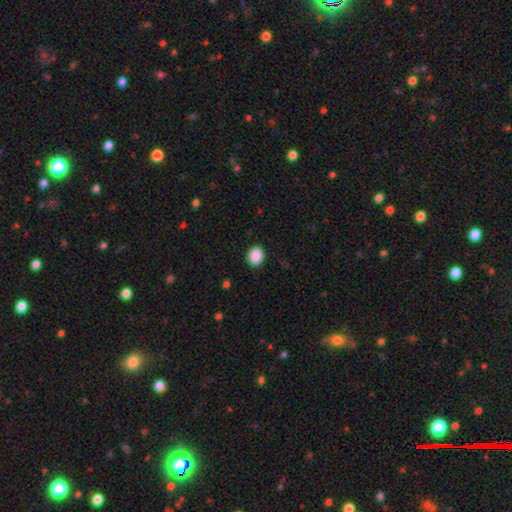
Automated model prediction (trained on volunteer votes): Smooth or featured? Predicted: smooth (p=0.90). How rounded? Predicted: round (p=0.65). Merging? Predicted: none (p=0.91).